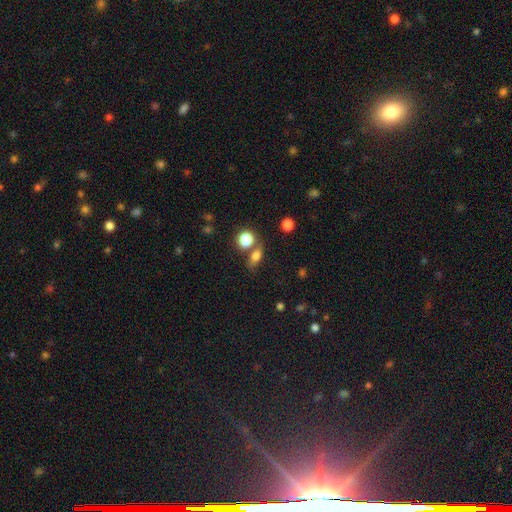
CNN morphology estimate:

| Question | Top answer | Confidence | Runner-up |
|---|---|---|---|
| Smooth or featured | smooth | 75% | star or artifact (13%) |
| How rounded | in between | 64% | round (28%) |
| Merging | none | 56% | merger (26%) |